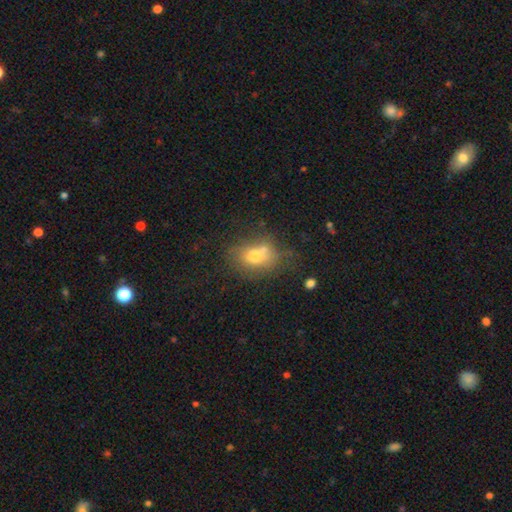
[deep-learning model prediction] A smooth galaxy with no disk features (68%) that is in between round and cigar-shaped (65%). Merging: none (47%).